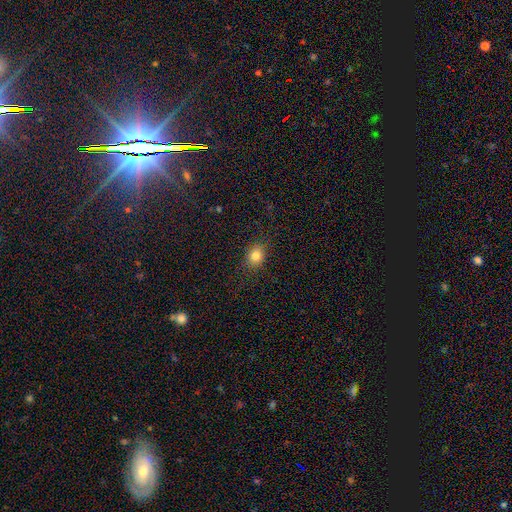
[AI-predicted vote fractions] Q: Smooth or featured?
A: smooth (82%); runner-up: star or artifact (11%)
Q: How rounded?
A: in between (50%); runner-up: round (48%)
Q: Merging?
A: none (84%); runner-up: minor disturbance (11%)